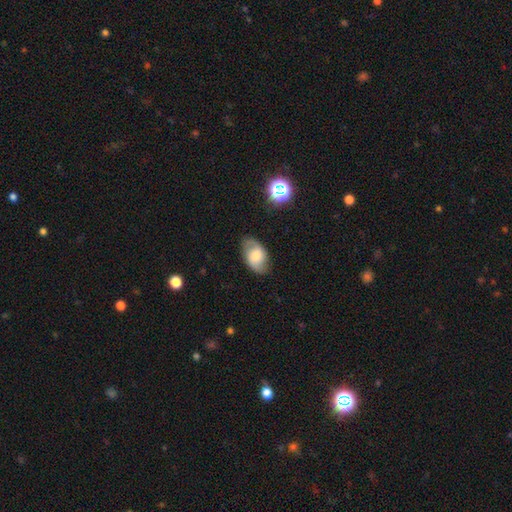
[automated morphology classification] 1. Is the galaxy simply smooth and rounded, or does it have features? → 48% featured or disk, 43% smooth, 9% star or artifact.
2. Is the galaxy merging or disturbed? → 76% none, 18% minor disturbance, 5% major disturbance, 1% merger.